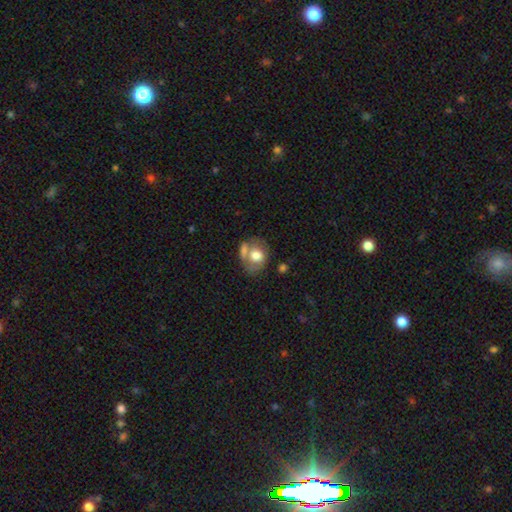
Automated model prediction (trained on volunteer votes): Overall: smooth (60%; featured or disk 32%). How rounded: round (51%; in between 48%). Merging: none (40%; merger 30%).